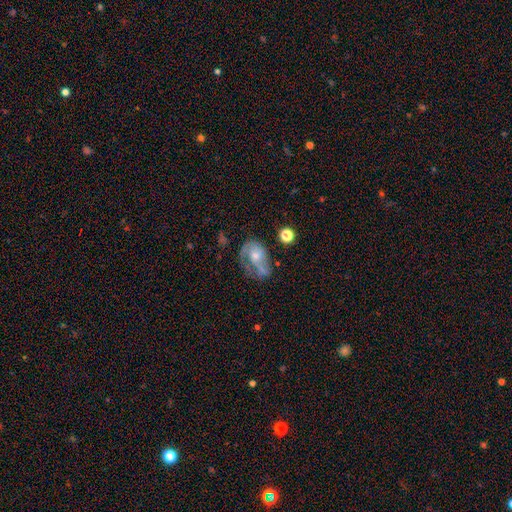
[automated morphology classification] A featured or disk galaxy (59%) with no bar (74%), spiral arms (65%) and a moderate central bulge (47%). Merging: major disturbance (37%).